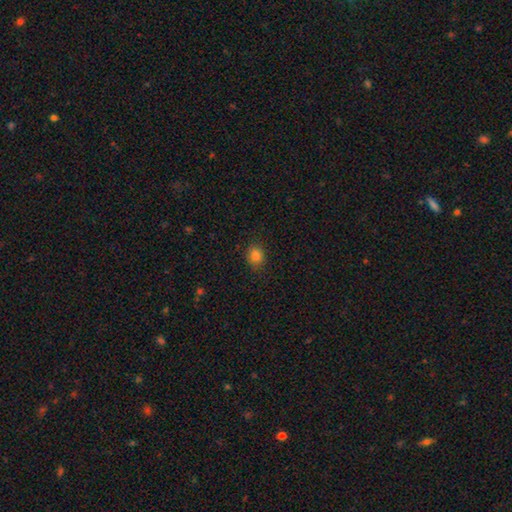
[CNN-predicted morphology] Overall: smooth (83%). How rounded: round (61%; in between 39%). Merging: none (85%).